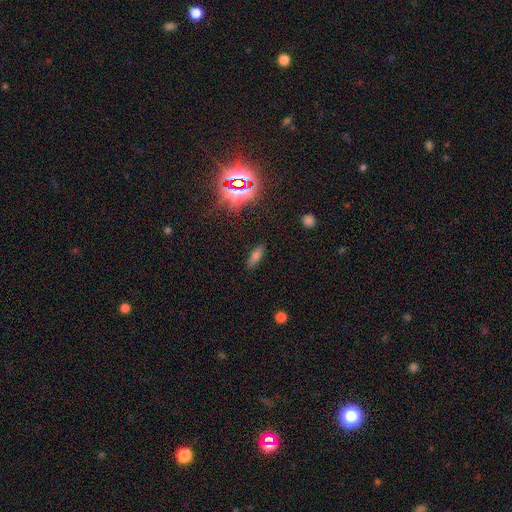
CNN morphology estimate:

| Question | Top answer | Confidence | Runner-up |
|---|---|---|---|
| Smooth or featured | smooth | 68% | star or artifact (21%) |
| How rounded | in between | 61% | cigar-shaped (35%) |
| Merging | none | 86% | minor disturbance (10%) |